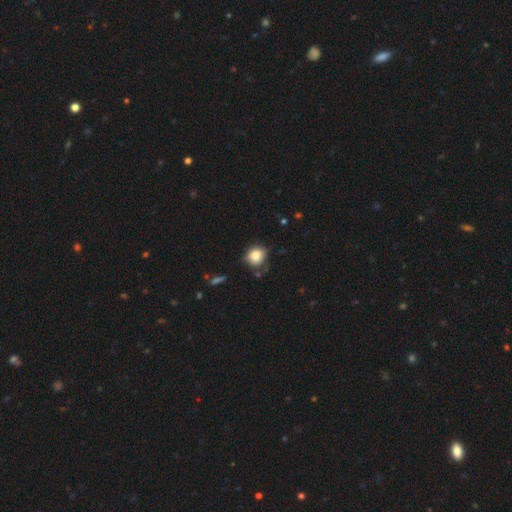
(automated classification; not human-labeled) smooth 83%, star or artifact 10%, featured or disk 7%. Down the decision tree: how rounded — round (79%); merging — none (70%).